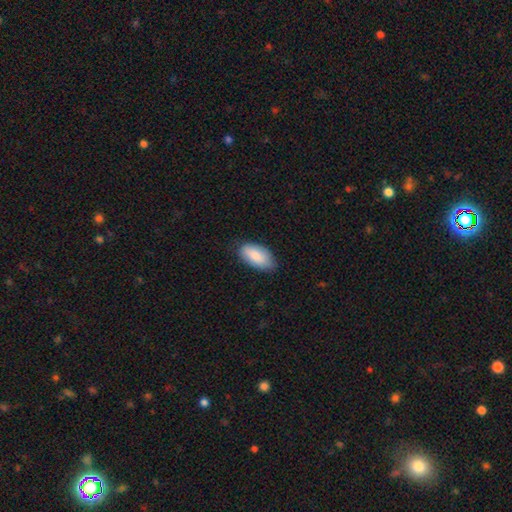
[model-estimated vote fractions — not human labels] Morphology: type=smooth (86%); roundness=in between (94%); merging=none (79%).